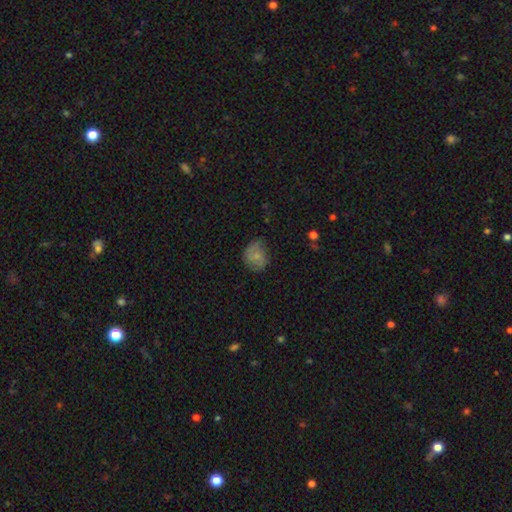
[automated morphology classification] A smooth galaxy with no disk features (70%) that is round (57%).

Vote fractions:
- Smooth or featured? smooth: 70% / featured or disk: 19% / star or artifact: 10%
- How rounded? round: 57% / in between: 42% / cigar-shaped: 1%
- Merging? none: 57% / minor disturbance: 32% / major disturbance: 9% / merger: 2%